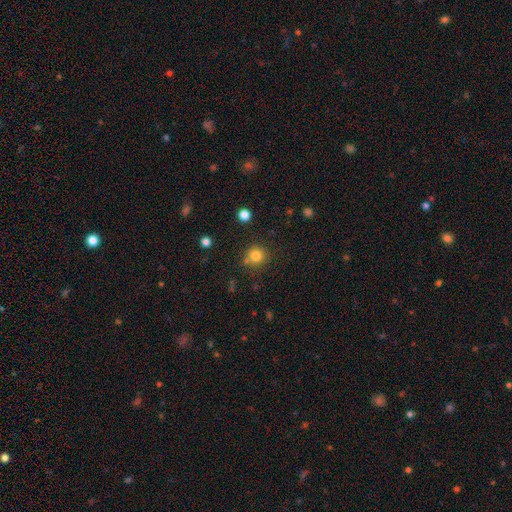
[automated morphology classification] Smooth or featured?
  - smooth: 80% *
  - star or artifact: 13%
  - featured or disk: 6%
How rounded?
  - round: 92% *
  - in between: 7%
  - cigar-shaped: 1%
Merging?
  - none: 77% *
  - minor disturbance: 10%
  - merger: 9%
  - major disturbance: 3%